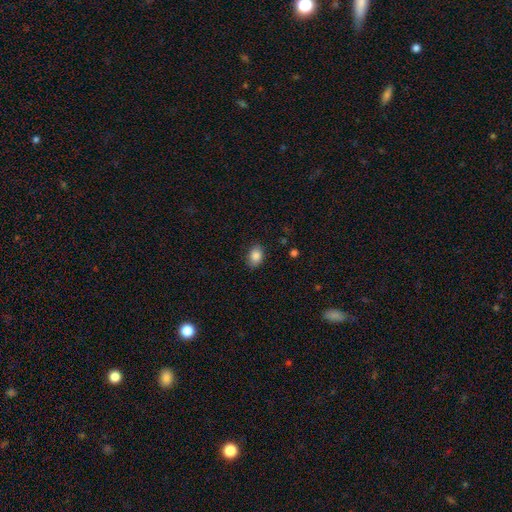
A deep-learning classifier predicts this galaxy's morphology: The model was most divided on "how rounded": in between: 71%, round: 28%, cigar-shaped: 1%. More confident: smooth or featured — smooth (86%); merging — none (83%).